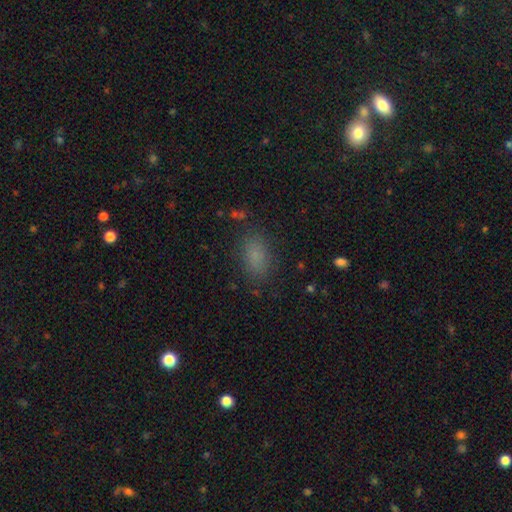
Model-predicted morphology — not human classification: Smooth or featured? Predicted: smooth (p=0.80). How rounded? Predicted: in between (p=0.87). Merging? Predicted: none (p=0.82).